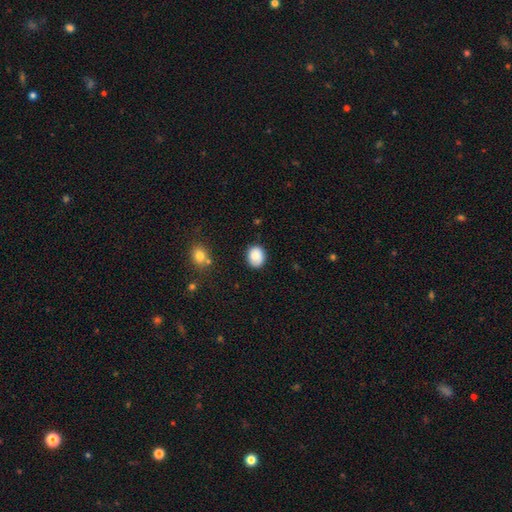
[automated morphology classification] A smooth galaxy with no disk features (87%) that is round (58%).

Vote fractions:
- Smooth or featured? smooth: 87% / star or artifact: 8% / featured or disk: 6%
- How rounded? round: 58% / in between: 41% / cigar-shaped: 1%
- Merging? none: 84% / minor disturbance: 12% / major disturbance: 3% / merger: 2%